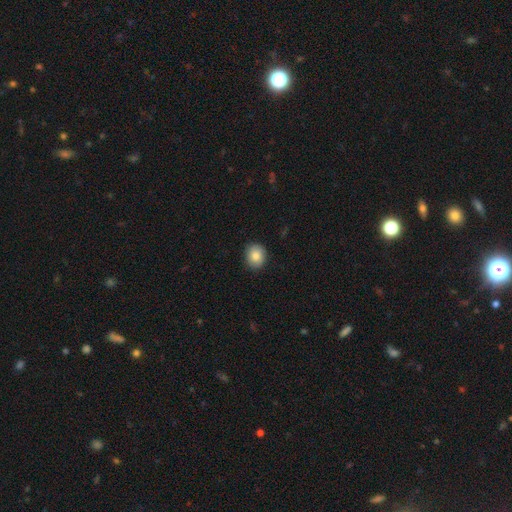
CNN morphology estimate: smooth 84%, featured or disk 8%, star or artifact 8%. Down the decision tree: how rounded — round (63%); merging — none (88%).